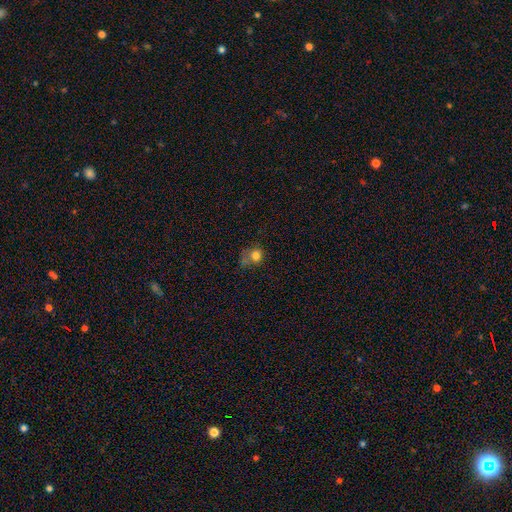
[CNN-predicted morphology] smooth 78%, star or artifact 13%, featured or disk 10%. Down the decision tree: how rounded — round (78%); merging — none (44%).